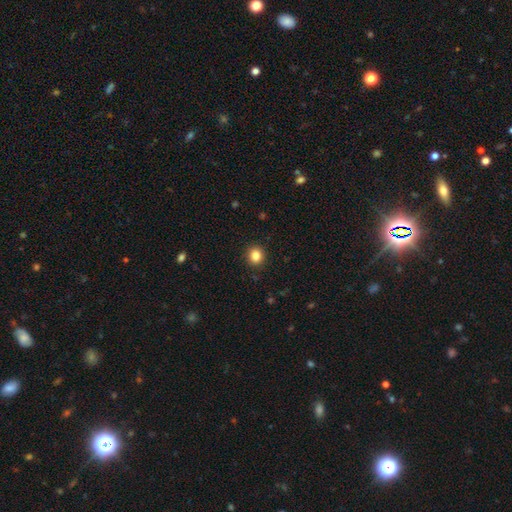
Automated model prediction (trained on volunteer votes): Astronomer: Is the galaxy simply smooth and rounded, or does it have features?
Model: smooth — 85%.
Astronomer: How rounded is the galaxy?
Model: round — 82%.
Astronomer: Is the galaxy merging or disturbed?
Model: none — 91%.